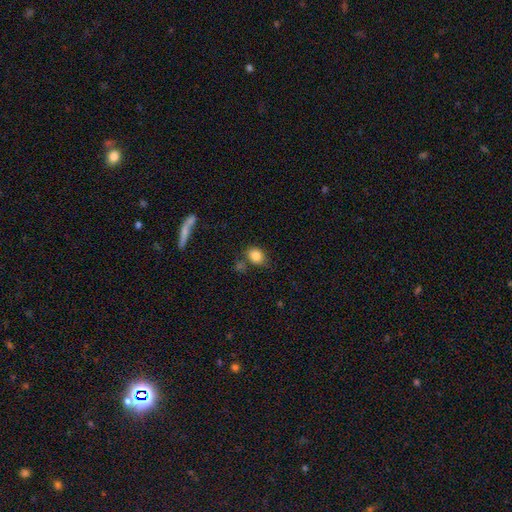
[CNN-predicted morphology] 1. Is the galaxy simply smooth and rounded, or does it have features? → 84% smooth, 10% star or artifact, 7% featured or disk.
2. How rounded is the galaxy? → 51% in between, 47% round, 2% cigar-shaped.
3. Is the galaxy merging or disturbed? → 63% none, 20% minor disturbance, 10% merger, 6% major disturbance.